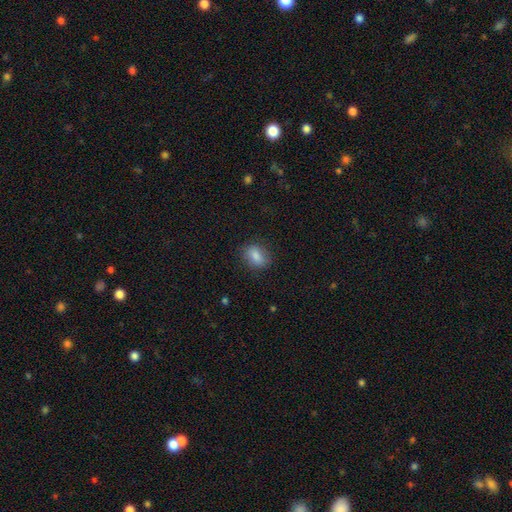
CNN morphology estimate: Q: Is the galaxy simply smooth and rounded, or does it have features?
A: smooth — 83%.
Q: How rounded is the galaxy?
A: in between — 72%.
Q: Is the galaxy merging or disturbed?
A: none — 83%.